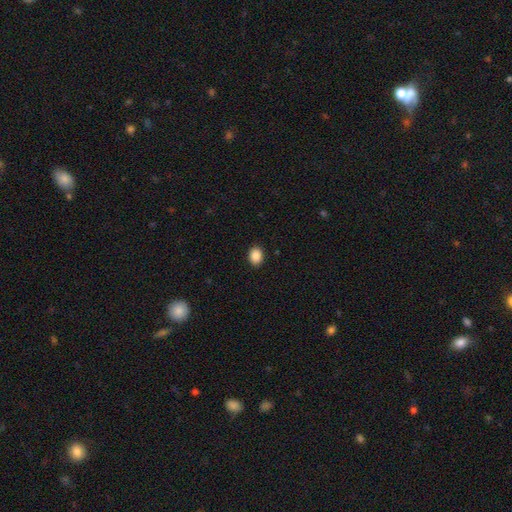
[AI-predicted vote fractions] Q: Smooth or featured?
A: smooth (89%); runner-up: star or artifact (8%)
Q: How rounded?
A: in between (59%); runner-up: round (40%)
Q: Merging?
A: none (90%); runner-up: minor disturbance (7%)